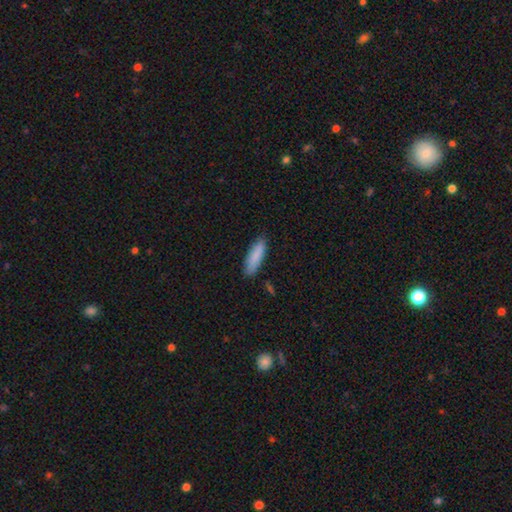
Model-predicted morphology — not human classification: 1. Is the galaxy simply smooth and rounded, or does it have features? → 87% smooth, 7% featured or disk, 6% star or artifact.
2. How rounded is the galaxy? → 57% cigar-shaped, 42% in between, 1% round.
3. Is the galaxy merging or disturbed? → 85% none, 12% minor disturbance, 2% major disturbance, 1% merger.